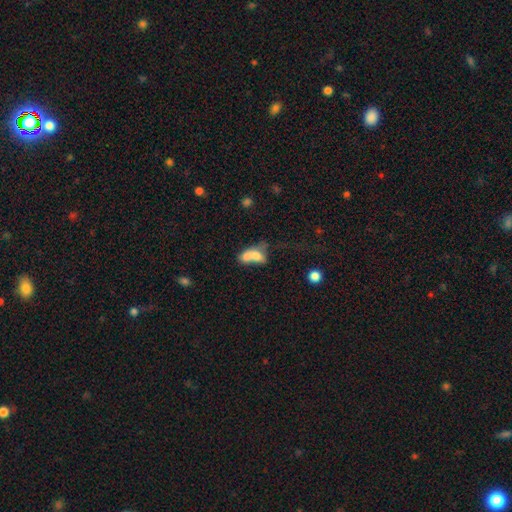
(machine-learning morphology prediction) Smooth or featured?
  - smooth: 63% *
  - featured or disk: 26%
  - star or artifact: 11%
How rounded?
  - in between: 73% *
  - round: 18%
  - cigar-shaped: 8%
Merging?
  - merger: 64% *
  - none: 14%
  - major disturbance: 12%
  - minor disturbance: 9%